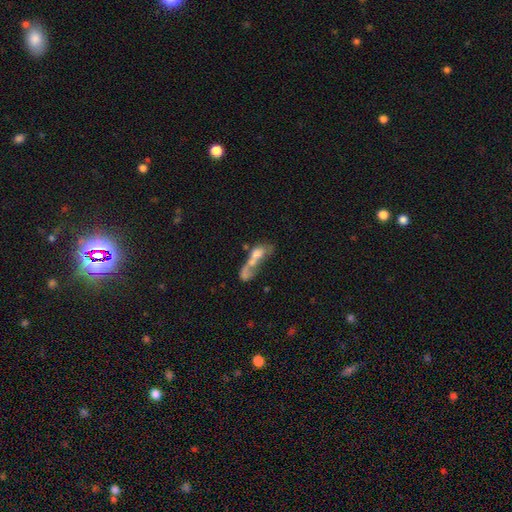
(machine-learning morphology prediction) smooth-or-featured: smooth: 49% | featured or disk: 40% | star or artifact: 11%
  merging: merger: 58% | major disturbance: 22% | none: 13% | minor disturbance: 8%